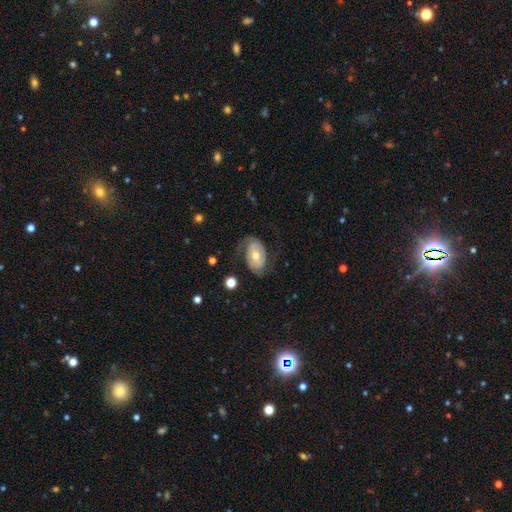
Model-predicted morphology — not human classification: featured or disk 60%, smooth 33%, star or artifact 7%. Down the decision tree: edge-on disk — no (94%); bar — no (65%); spiral arms — yes (71%); bulge size — moderate (68%); merging — none (64%).